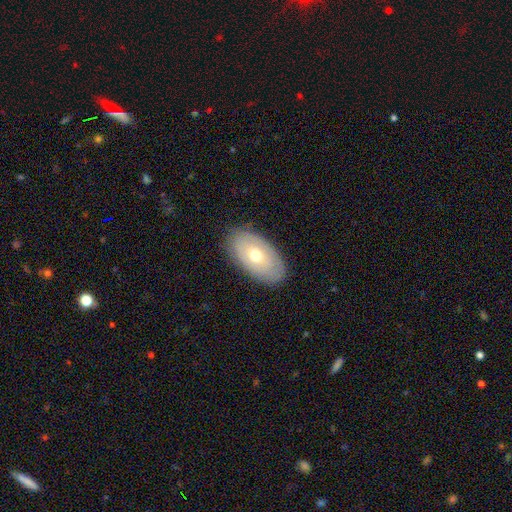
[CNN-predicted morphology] smooth-or-featured: smooth: 57% | featured or disk: 37% | star or artifact: 6%
  how-rounded: in between: 93% | round: 5% | cigar-shaped: 2%
  merging: none: 85% | minor disturbance: 11% | major disturbance: 3% | merger: 1%